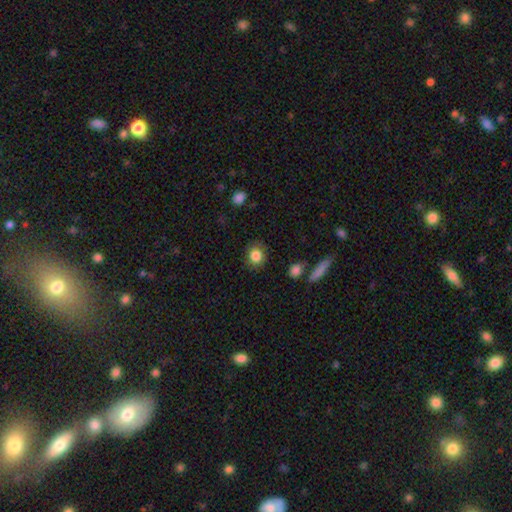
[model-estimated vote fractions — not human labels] Overall: smooth (85%). How rounded: round (70%). Merging: none (82%).